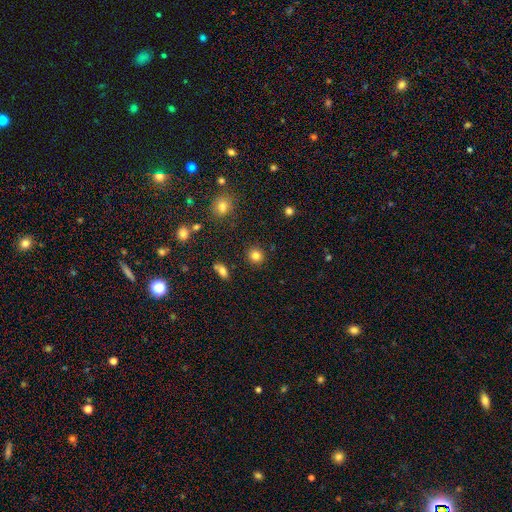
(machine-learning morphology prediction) This is clearly a smooth galaxy (82%). How rounded: clearly round (88%). Merging: clearly none (90%).